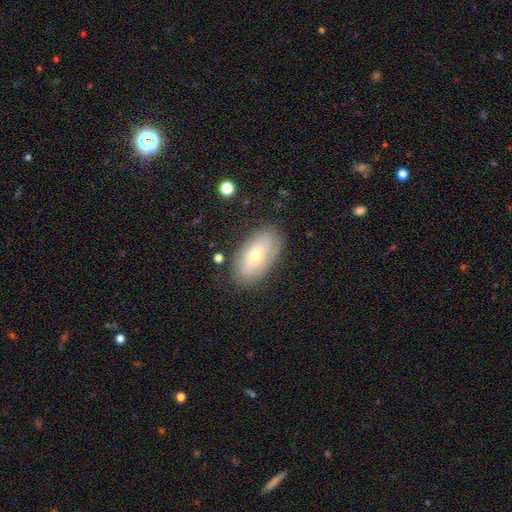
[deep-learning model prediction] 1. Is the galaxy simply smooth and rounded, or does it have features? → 60% smooth, 32% featured or disk, 8% star or artifact.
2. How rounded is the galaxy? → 92% in between, 5% round, 3% cigar-shaped.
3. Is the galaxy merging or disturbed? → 81% none, 13% minor disturbance, 4% major disturbance, 2% merger.